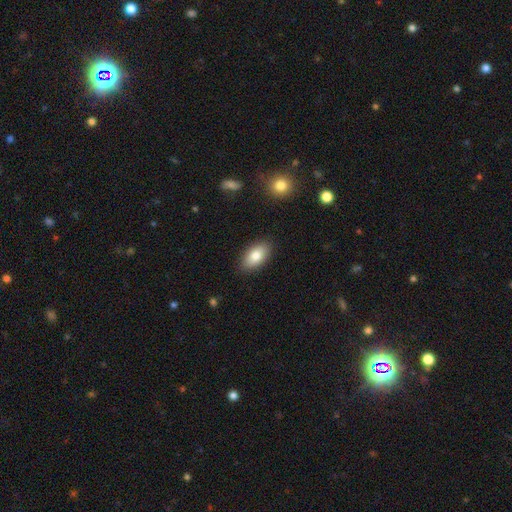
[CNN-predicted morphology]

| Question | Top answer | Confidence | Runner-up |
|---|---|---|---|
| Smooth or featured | smooth | 81% | featured or disk (12%) |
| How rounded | in between | 93% | round (4%) |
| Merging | none | 87% | minor disturbance (9%) |